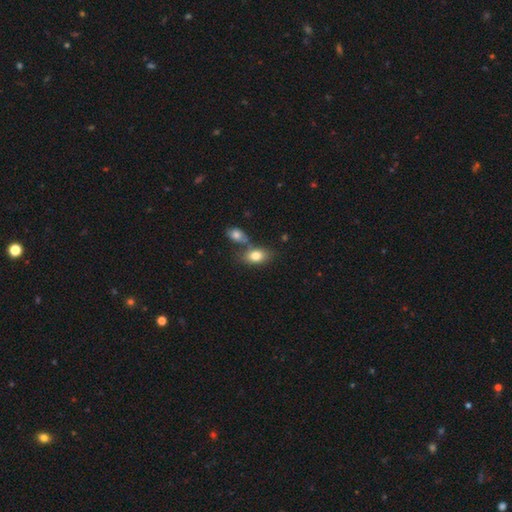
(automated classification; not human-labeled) smooth-or-featured: smooth: 80% | featured or disk: 12% | star or artifact: 8%
  how-rounded: in between: 88% | round: 10% | cigar-shaped: 2%
  merging: none: 50% | merger: 33% | minor disturbance: 13% | major disturbance: 4%